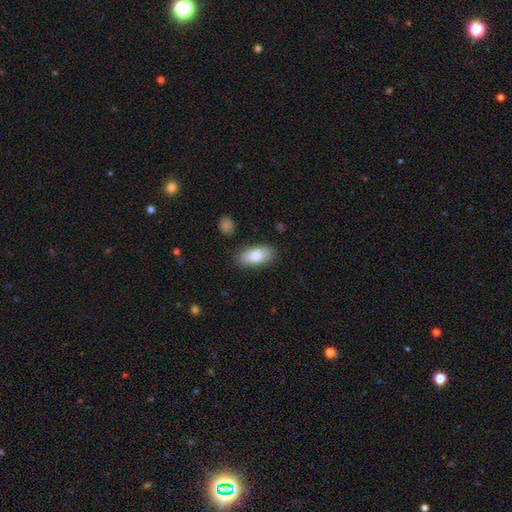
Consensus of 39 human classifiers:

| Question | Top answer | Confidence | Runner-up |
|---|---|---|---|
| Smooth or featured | smooth | 85% | featured or disk (10%) |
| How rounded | in between | 91% | round (9%) |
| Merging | none | 92% | minor disturbance (5%) |